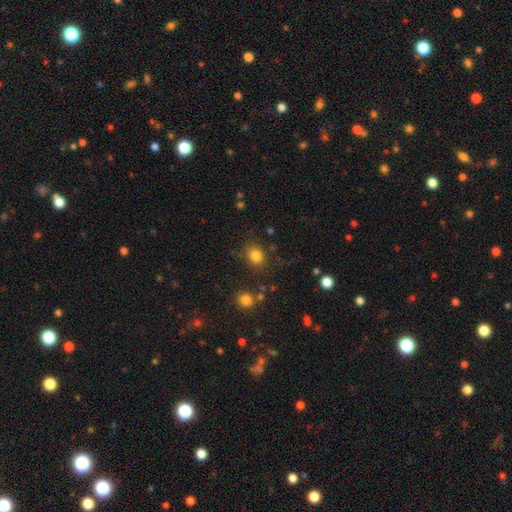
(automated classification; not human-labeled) smooth-or-featured: smooth: 82% | star or artifact: 13% | featured or disk: 5%
  how-rounded: round: 69% | in between: 30% | cigar-shaped: 1%
  merging: none: 81% | minor disturbance: 11% | major disturbance: 4% | merger: 4%